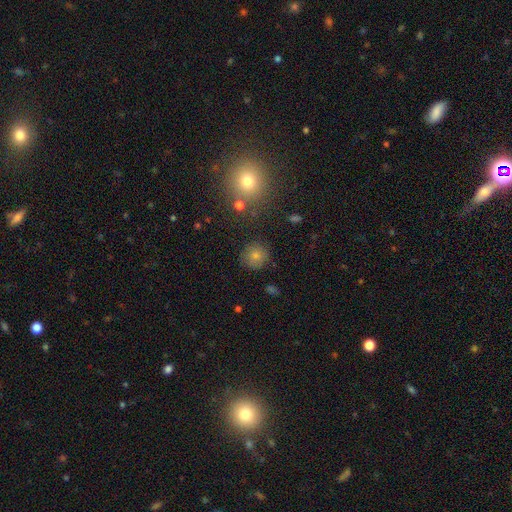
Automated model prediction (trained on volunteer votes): This appears to be a smooth galaxy with no disk features (77%) that is round (91%). Merging: none (82%).